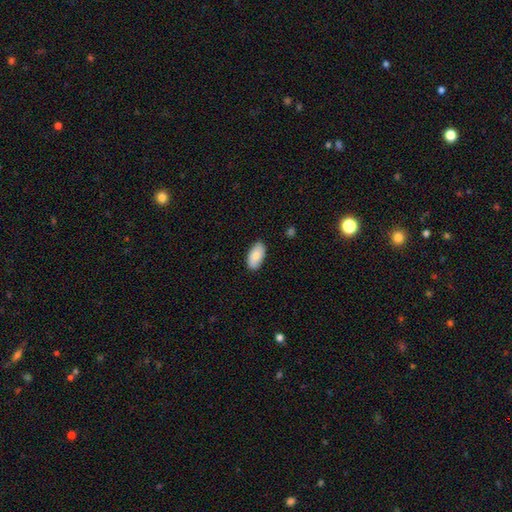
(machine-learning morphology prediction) type=smooth (82%); roundness=in between (95%); merging=none (86%).